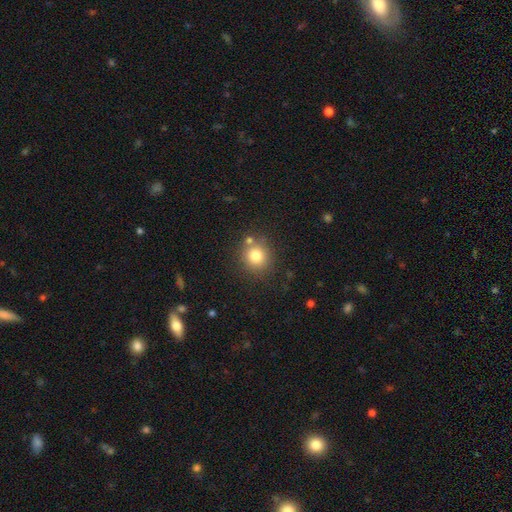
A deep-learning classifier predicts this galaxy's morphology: smooth-or-featured: smooth: 79% | star or artifact: 13% | featured or disk: 8%
  how-rounded: round: 89% | in between: 10% | cigar-shaped: 1%
  merging: none: 78% | minor disturbance: 10% | merger: 9% | major disturbance: 3%